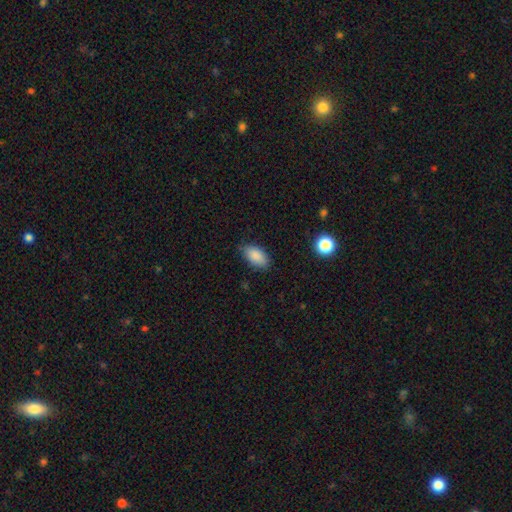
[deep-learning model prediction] This is clearly a smooth galaxy (87%). How rounded: clearly in between (92%). Merging: likely none (79%).